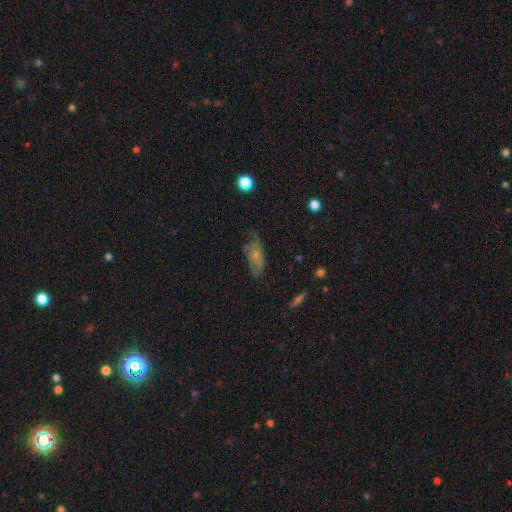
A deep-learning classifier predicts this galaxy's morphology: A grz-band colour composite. It shows a smooth galaxy with no disk features (48%). Merging: none (53%).